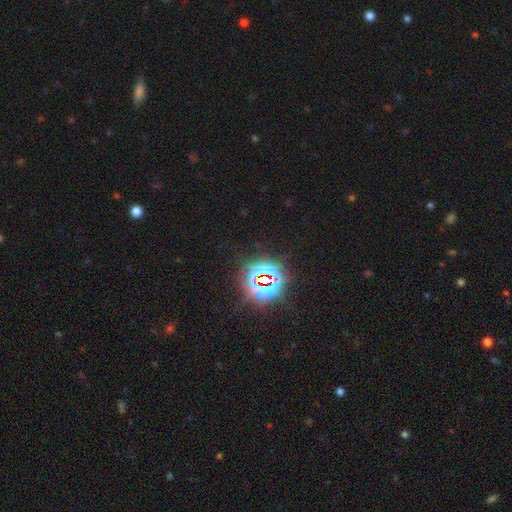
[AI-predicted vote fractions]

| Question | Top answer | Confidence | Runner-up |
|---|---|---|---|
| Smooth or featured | star or artifact | 83% | smooth (11%) |